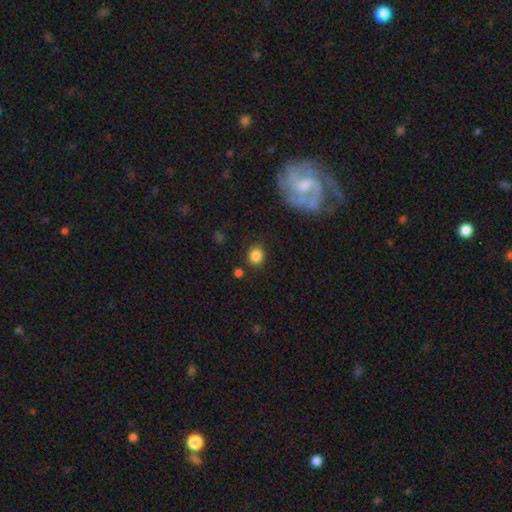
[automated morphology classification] Smooth or featured? Predicted: smooth (p=0.85). How rounded? Predicted: round (p=0.68). Merging? Predicted: none (p=0.83).